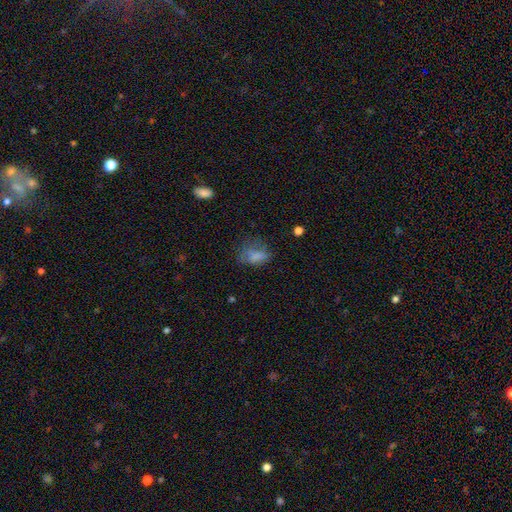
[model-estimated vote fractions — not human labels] A smooth galaxy with no disk features (66%) that is in between round and cigar-shaped (75%).

Vote fractions:
- Smooth or featured? smooth: 66% / featured or disk: 19% / star or artifact: 15%
- How rounded? in between: 75% / round: 21% / cigar-shaped: 4%
- Merging? none: 41% / major disturbance: 30% / minor disturbance: 26% / merger: 4%